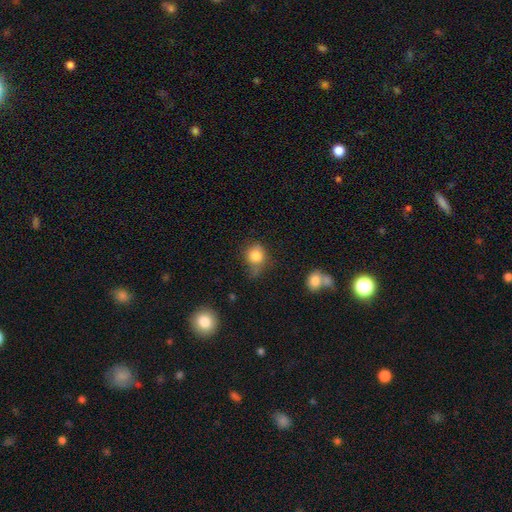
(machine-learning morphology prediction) Smooth or featured: smooth — 82% (star or artifact — 10%)
How rounded: round — 77% (in between — 22%)
Merging: none — 52% (minor disturbance — 30%)